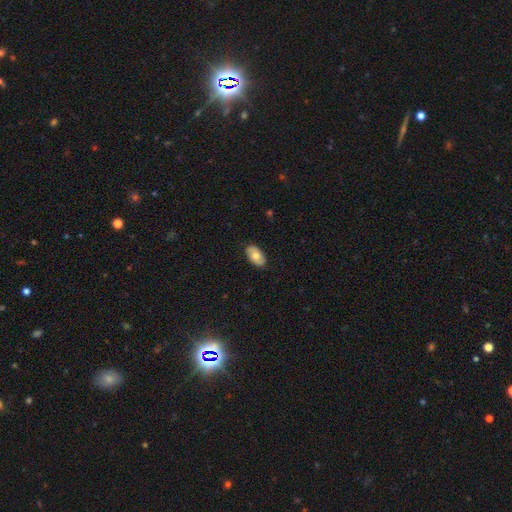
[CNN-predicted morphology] smooth-or-featured: smooth: 65% | featured or disk: 29% | star or artifact: 6%
  how-rounded: in between: 94% | round: 4% | cigar-shaped: 2%
  merging: none: 86% | minor disturbance: 11% | major disturbance: 2% | merger: 1%